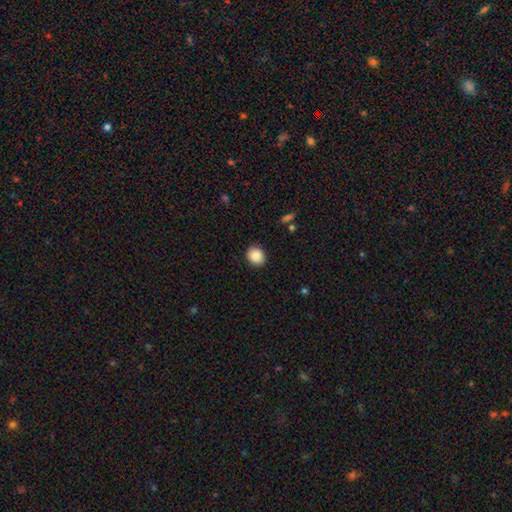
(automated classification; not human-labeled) This is clearly a smooth galaxy (89%). How rounded: likely round (64%). Merging: clearly none (89%).